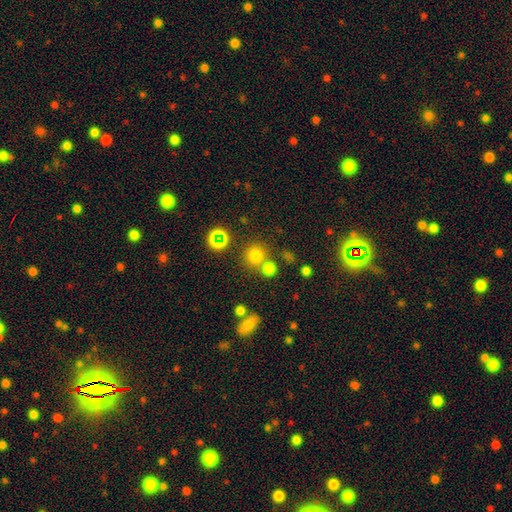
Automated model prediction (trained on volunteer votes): Morphology: type=smooth (71%); roundness=round (90%); merging=none (67%).